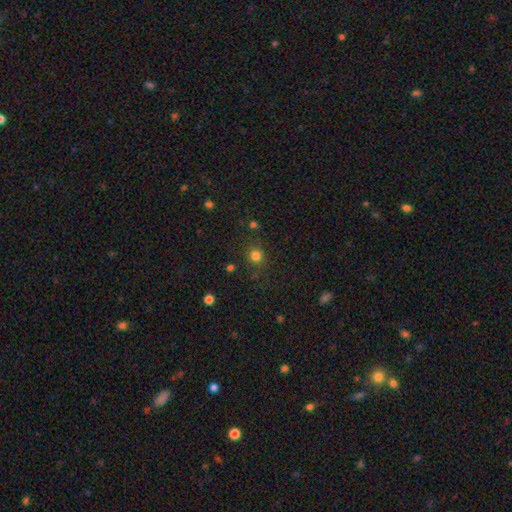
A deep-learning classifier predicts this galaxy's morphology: smooth-or-featured: smooth: 79% | star or artifact: 16% | featured or disk: 5%
  how-rounded: round: 90% | in between: 9% | cigar-shaped: 1%
  merging: none: 85% | minor disturbance: 9% | major disturbance: 4% | merger: 3%